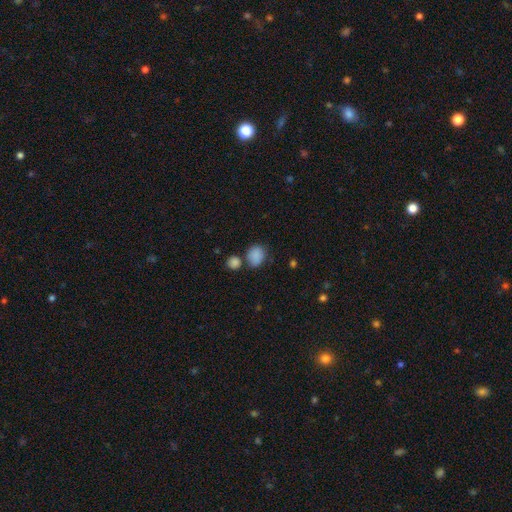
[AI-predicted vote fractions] Smooth or featured: smooth — 86% (star or artifact — 10%)
How rounded: round — 52% (in between — 47%)
Merging: none — 60% (merger — 19%)